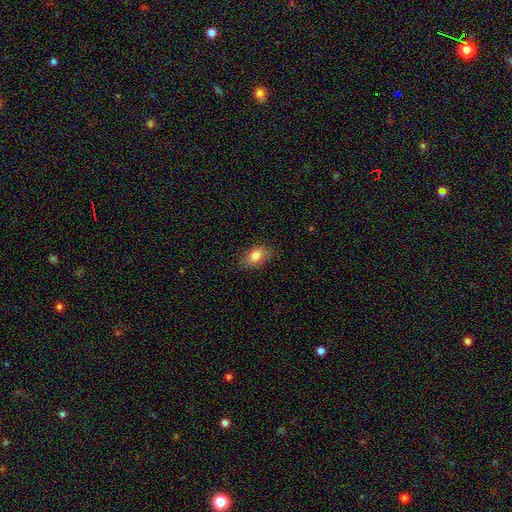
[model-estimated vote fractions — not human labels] The model was most divided on "merging": none: 81%, minor disturbance: 15%, major disturbance: 4%, merger: 1%. More confident: how rounded — in between (87%); smooth or featured — smooth (81%).